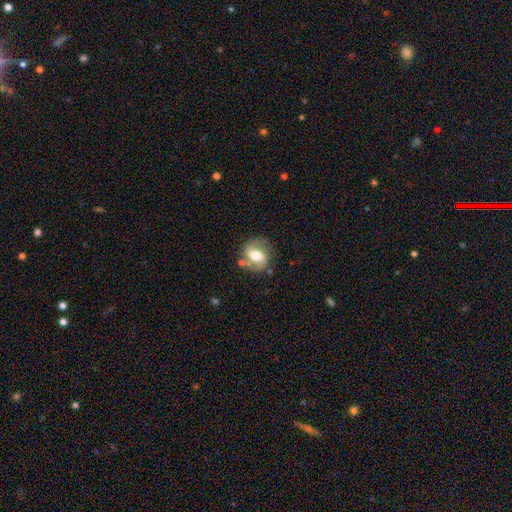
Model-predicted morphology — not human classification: A featured or disk galaxy (68%) with a weak bar (42%), 2 (87%) medium (50%) spiral arms (86%) and a moderate central bulge (65%).

Vote fractions:
- Smooth or featured? featured or disk: 68% / smooth: 25% / star or artifact: 7%
- Edge-on disk? no: 97% / yes: 3%
- Bar? weak: 42% / strong: 32% / no: 26%
- Spiral arms? yes: 86% / no: 14%
- Spiral winding? medium: 50% / loose: 27% / tight: 23%
- Spiral arm count? 2: 87% / can't tell: 6% / 1: 5% / 3: 1% / 4: 1% / more than 4: 1%
- Bulge size? moderate: 65% / large: 19% / small: 12% / dominant: 2% / none: 1%
- Merging? none: 72% / minor disturbance: 16% / major disturbance: 7% / merger: 6%